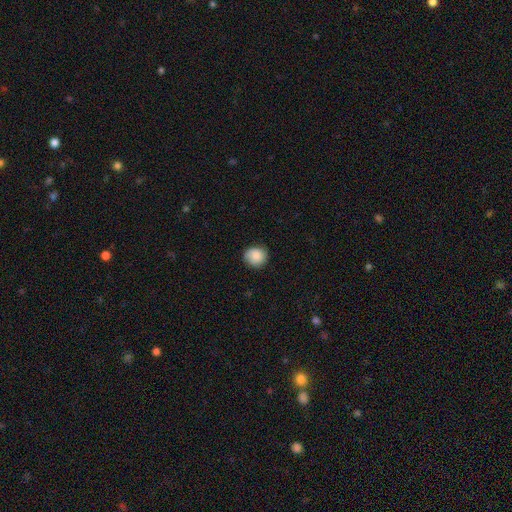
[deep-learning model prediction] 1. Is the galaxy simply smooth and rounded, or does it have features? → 85% smooth, 8% star or artifact, 7% featured or disk.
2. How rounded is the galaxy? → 87% round, 12% in between, 1% cigar-shaped.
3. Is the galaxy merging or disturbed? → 83% none, 13% minor disturbance, 3% major disturbance, 1% merger.